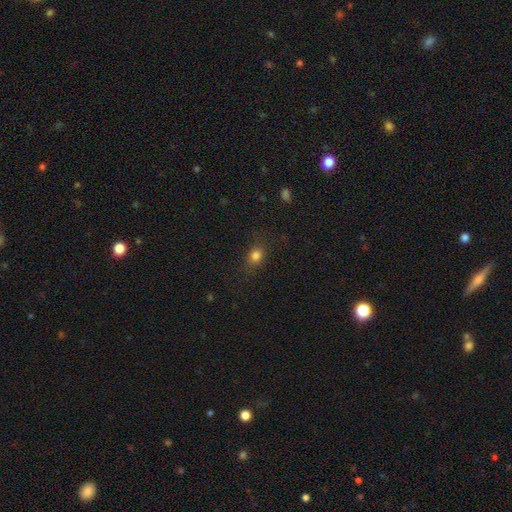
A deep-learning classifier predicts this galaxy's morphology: Smooth or featured? Predicted: smooth (p=0.79). How rounded? Predicted: in between (p=0.49, tied with round). Merging? Predicted: none (p=0.82).